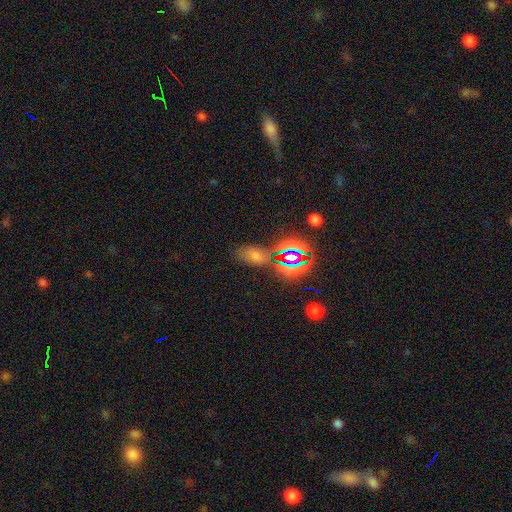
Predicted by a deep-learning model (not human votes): smooth-or-featured: smooth: 52% | star or artifact: 38% | featured or disk: 11%
  how-rounded: in between: 88% | round: 9% | cigar-shaped: 3%
  merging: none: 63% | minor disturbance: 20% | major disturbance: 10% | merger: 8%